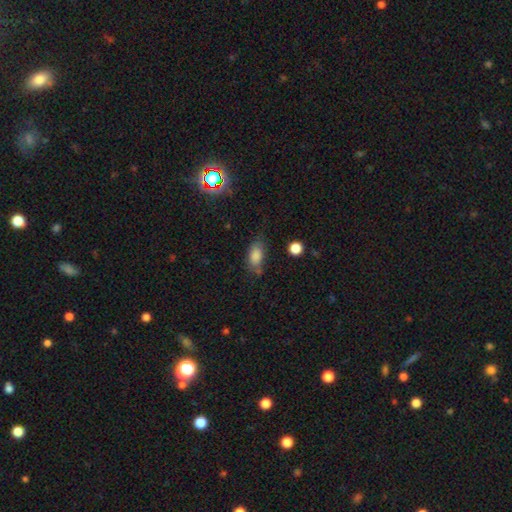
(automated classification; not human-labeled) This is clearly a smooth galaxy (80%). How rounded: clearly in between (87%). Merging: likely none (63%).